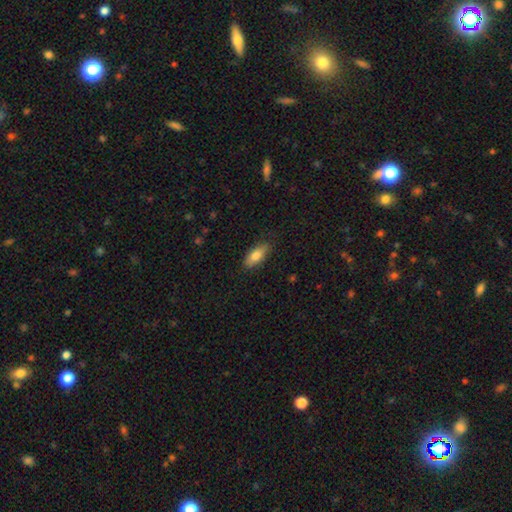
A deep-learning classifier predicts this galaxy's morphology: smooth_or_featured: smooth (p=0.79) [alt: featured or disk p=0.14]
how_rounded: in between (p=0.78) [alt: cigar-shaped p=0.19]
merging: none (p=0.83) [alt: minor disturbance p=0.13]